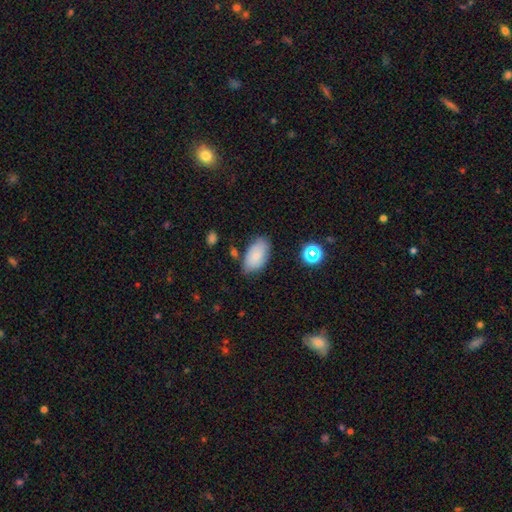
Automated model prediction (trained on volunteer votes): Overall: smooth (78%). How rounded: in between (94%). Merging: none (72%).